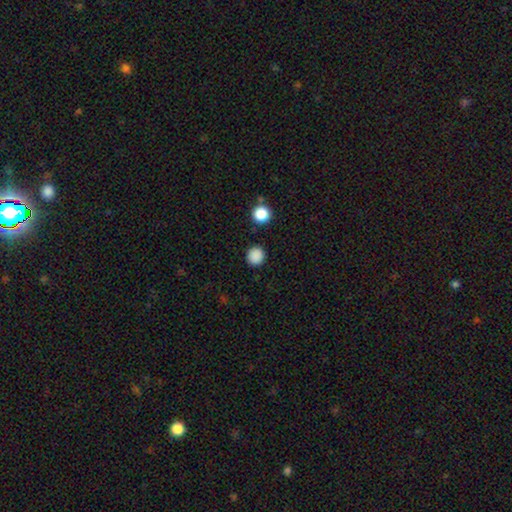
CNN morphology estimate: smooth 87%, star or artifact 11%, featured or disk 3%. Down the decision tree: how rounded — round (93%); merging — none (90%).